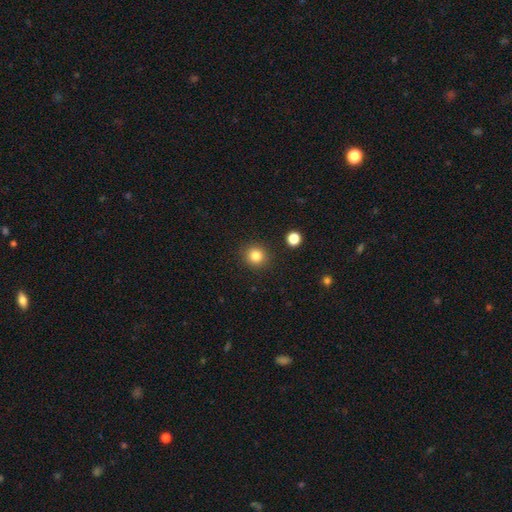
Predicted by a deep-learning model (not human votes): smooth-or-featured: smooth: 83% | star or artifact: 12% | featured or disk: 5%
  how-rounded: round: 91% | in between: 8% | cigar-shaped: 1%
  merging: none: 90% | minor disturbance: 6% | major disturbance: 2% | merger: 2%